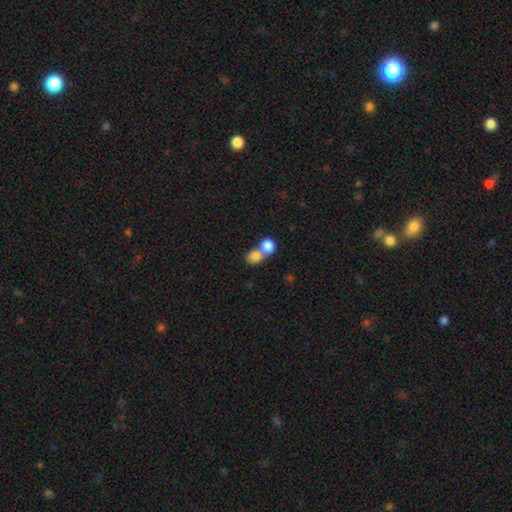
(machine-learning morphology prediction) A smooth galaxy with no disk features (82%) that is round (69%).

Vote fractions:
- Smooth or featured? smooth: 82% / star or artifact: 9% / featured or disk: 9%
- How rounded? round: 69% / in between: 30% / cigar-shaped: 1%
- Merging? merger: 60% / none: 32% / minor disturbance: 5% / major disturbance: 3%